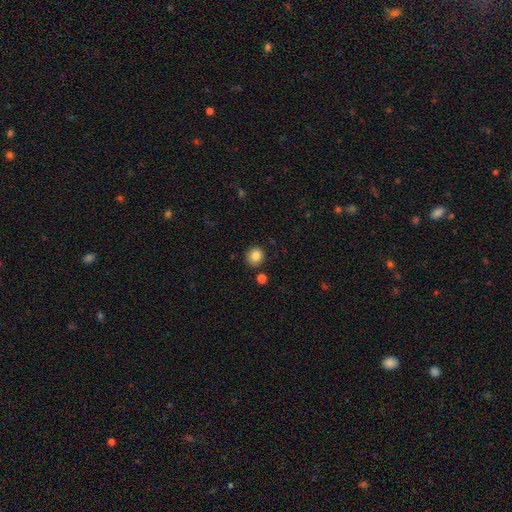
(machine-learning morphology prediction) Smooth or featured: smooth — 84% (star or artifact — 10%)
How rounded: round — 87% (in between — 12%)
Merging: none — 86% (minor disturbance — 8%)